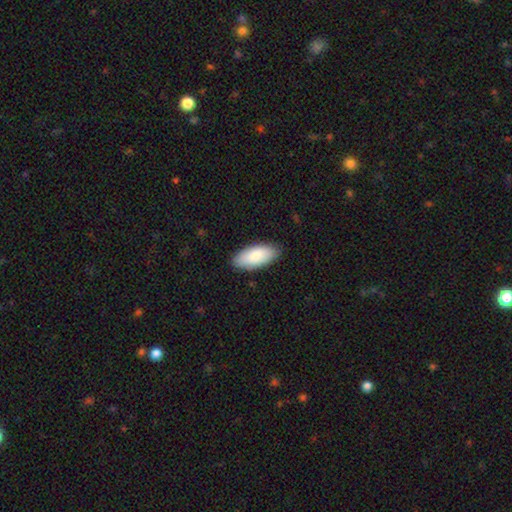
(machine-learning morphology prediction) smooth-or-featured: smooth: 85% | featured or disk: 10% | star or artifact: 5%
  how-rounded: in between: 90% | cigar-shaped: 8% | round: 2%
  merging: none: 86% | minor disturbance: 11% | major disturbance: 2% | merger: 1%